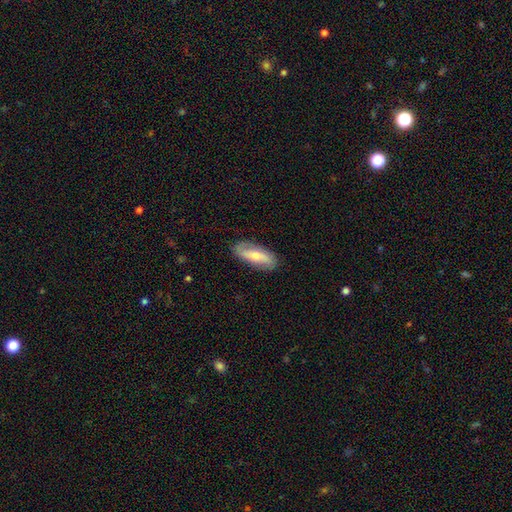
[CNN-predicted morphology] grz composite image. It shows a featured or disk galaxy (48%). Merging: none (84%).